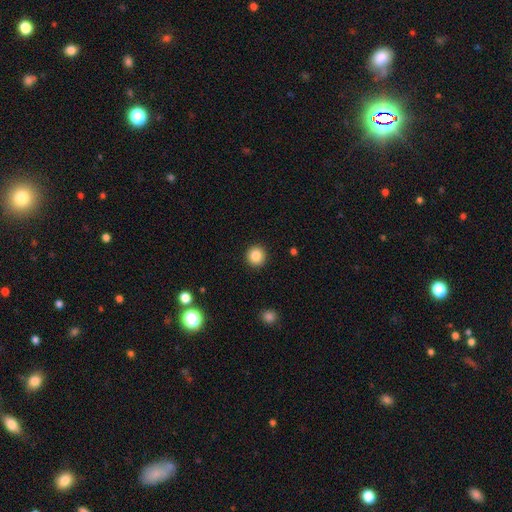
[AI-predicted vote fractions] Overall: smooth (85%). How rounded: round (95%). Merging: none (93%).